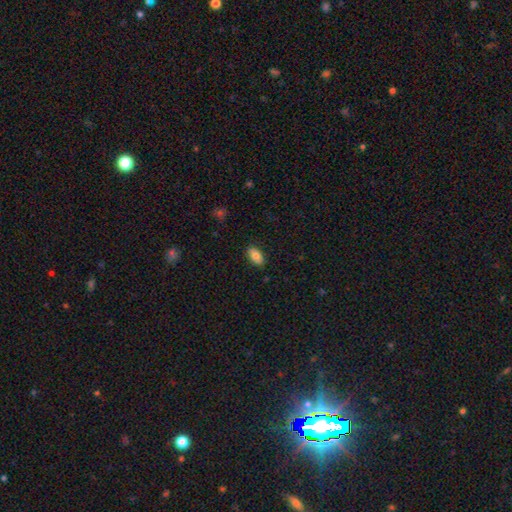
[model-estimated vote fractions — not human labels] Smooth or featured? Predicted: smooth (p=0.80). How rounded? Predicted: in between (p=0.92). Merging? Predicted: none (p=0.87).